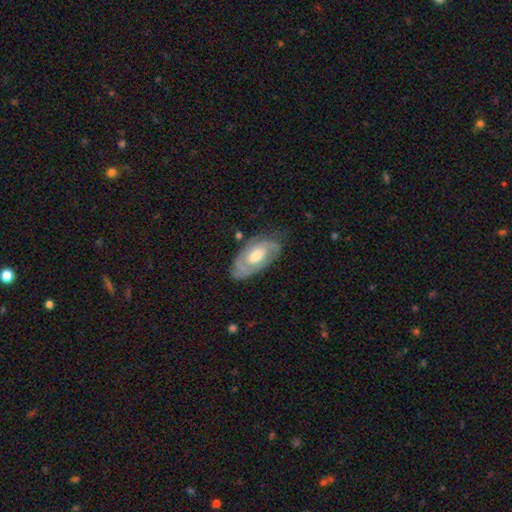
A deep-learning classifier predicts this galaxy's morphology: Q: Smooth or featured?
A: featured or disk (77%); runner-up: smooth (18%)
Q: Edge-on disk?
A: no (93%); runner-up: yes (7%)
Q: Bar?
A: no (61%); runner-up: weak (32%)
Q: Spiral arms?
A: yes (87%); runner-up: no (13%)
Q: Spiral winding?
A: tight (58%); runner-up: medium (33%)
Q: Spiral arm count?
A: 2 (66%); runner-up: can't tell (21%)
Q: Bulge size?
A: moderate (57%); runner-up: large (28%)
Q: Merging?
A: none (73%); runner-up: minor disturbance (20%)